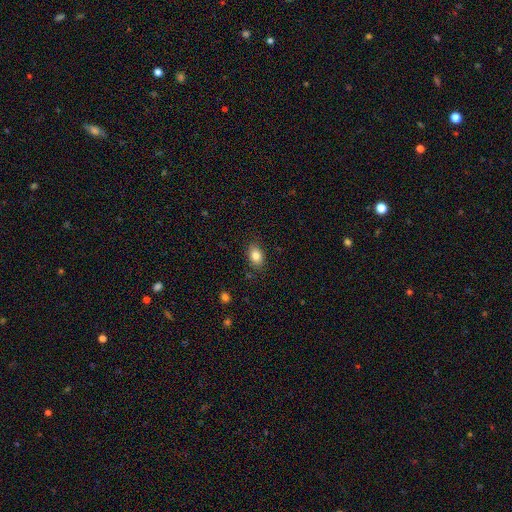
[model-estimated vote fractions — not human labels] A smooth galaxy with no disk features (84%) that is in between round and cigar-shaped (80%). Merging: none (85%).